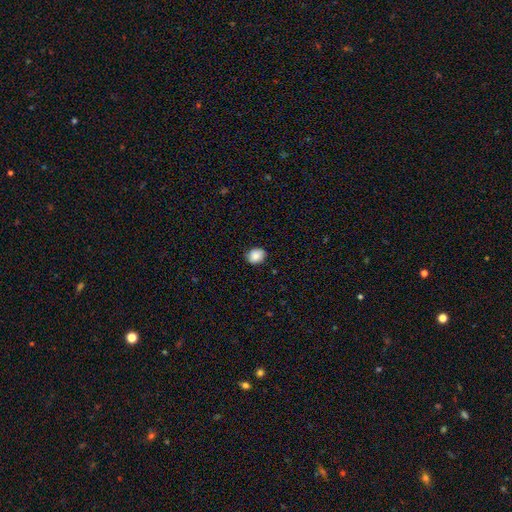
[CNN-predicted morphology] Smooth or featured?
  - smooth: 84% *
  - star or artifact: 8%
  - featured or disk: 8%
How rounded?
  - round: 55% *
  - in between: 44%
  - cigar-shaped: 1%
Merging?
  - none: 84% *
  - minor disturbance: 13%
  - major disturbance: 2%
  - merger: 1%